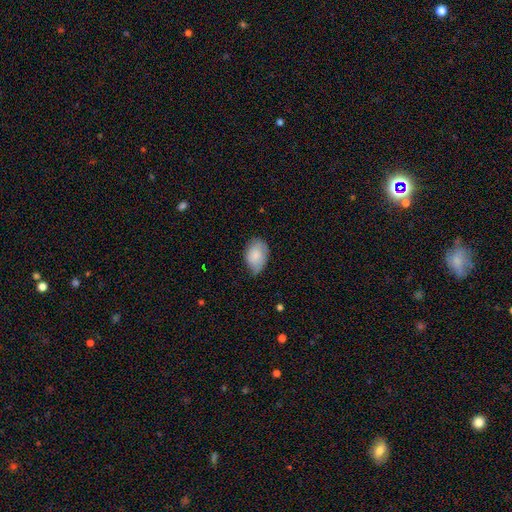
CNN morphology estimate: Smooth or featured?
  - smooth: 77% *
  - featured or disk: 16%
  - star or artifact: 6%
How rounded?
  - in between: 87% *
  - round: 12%
  - cigar-shaped: 1%
Merging?
  - none: 52% *
  - minor disturbance: 39%
  - major disturbance: 8%
  - merger: 1%